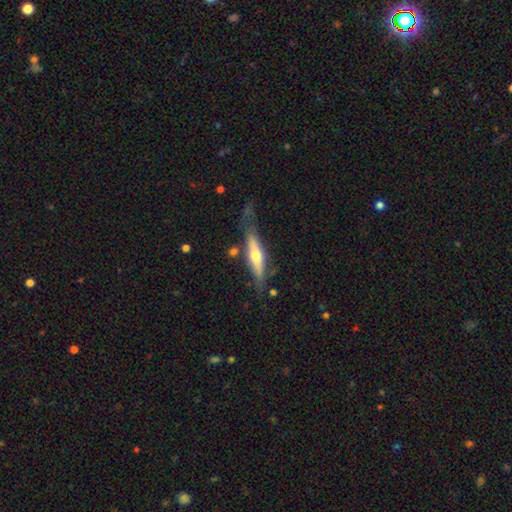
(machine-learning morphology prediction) Smooth or featured?
  - featured or disk: 60% *
  - smooth: 34%
  - star or artifact: 5%
Edge-on disk?
  - yes: 89% *
  - no: 11%
Edge-on bulge?
  - rounded: 89% *
  - none: 6%
  - boxy: 5%
Merging?
  - none: 64% *
  - minor disturbance: 22%
  - major disturbance: 9%
  - merger: 5%